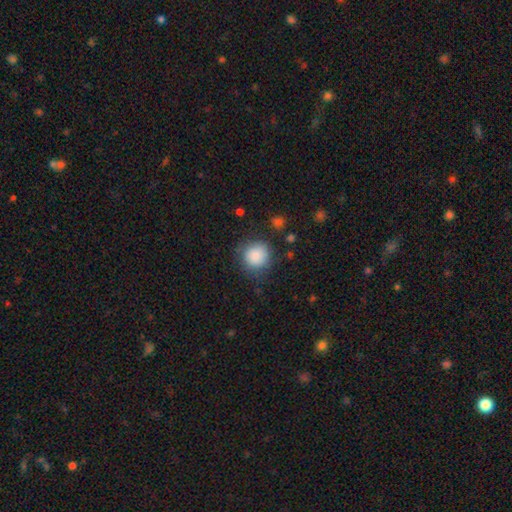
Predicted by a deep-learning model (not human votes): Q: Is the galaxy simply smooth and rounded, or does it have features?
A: smooth — 87%.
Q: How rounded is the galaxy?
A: round — 91%.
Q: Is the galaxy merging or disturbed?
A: none — 80%.